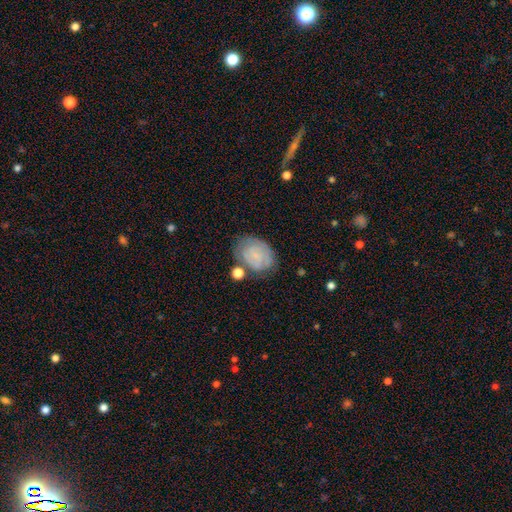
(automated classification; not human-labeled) A featured or disk galaxy (48%). Merging: none (63%).